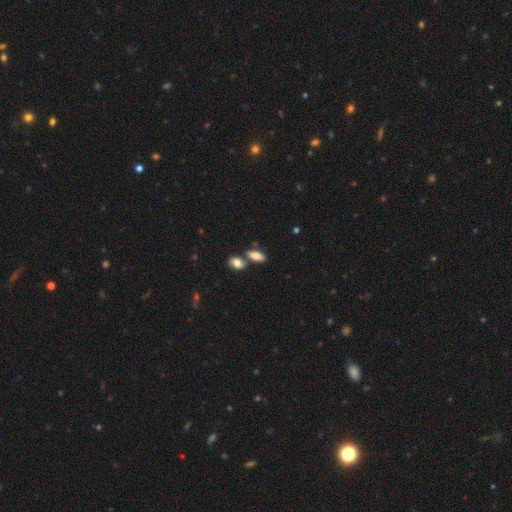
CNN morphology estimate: Smooth or featured?
  - smooth: 76% *
  - featured or disk: 15%
  - star or artifact: 8%
How rounded?
  - in between: 78% *
  - cigar-shaped: 18%
  - round: 4%
Merging?
  - none: 62% *
  - merger: 24%
  - minor disturbance: 11%
  - major disturbance: 3%